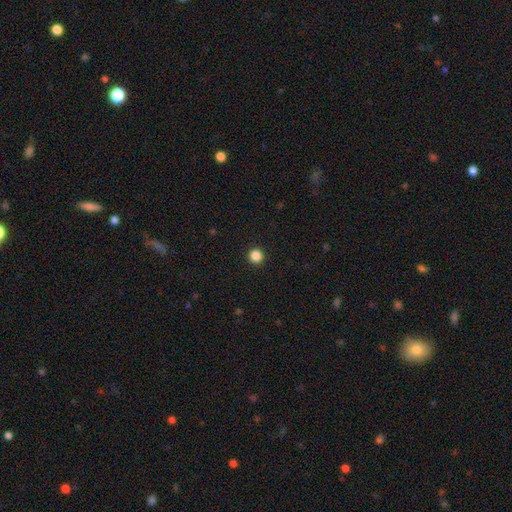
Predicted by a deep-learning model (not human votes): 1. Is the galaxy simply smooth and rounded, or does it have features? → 85% smooth, 12% star or artifact, 3% featured or disk.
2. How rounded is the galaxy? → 96% round, 3% in between, 1% cigar-shaped.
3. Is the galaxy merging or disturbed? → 94% none, 4% minor disturbance, 2% major disturbance, 1% merger.